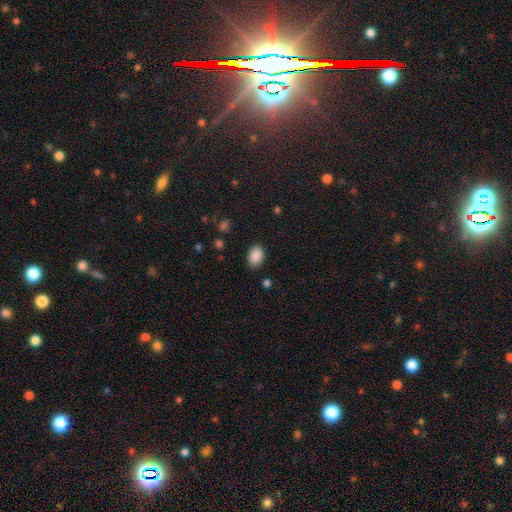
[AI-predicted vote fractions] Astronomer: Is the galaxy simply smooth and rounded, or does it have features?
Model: smooth — 89%.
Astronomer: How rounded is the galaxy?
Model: in between — 82%.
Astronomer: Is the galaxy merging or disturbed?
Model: none — 85%.